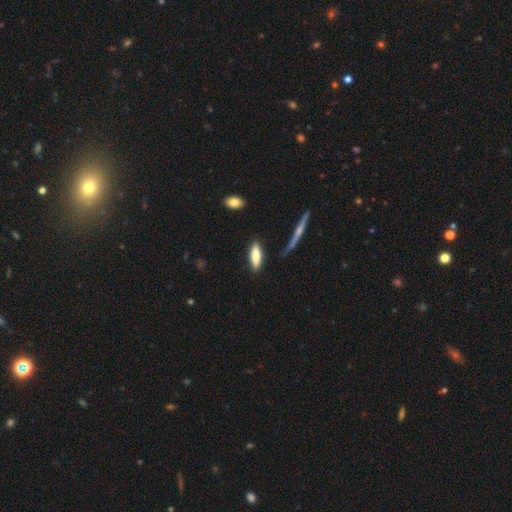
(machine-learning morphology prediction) smooth_or_featured: smooth (p=0.75) [alt: featured or disk p=0.19]
how_rounded: cigar-shaped (p=0.50) [alt: in between p=0.48]
merging: none (p=0.83) [alt: minor disturbance p=0.12]